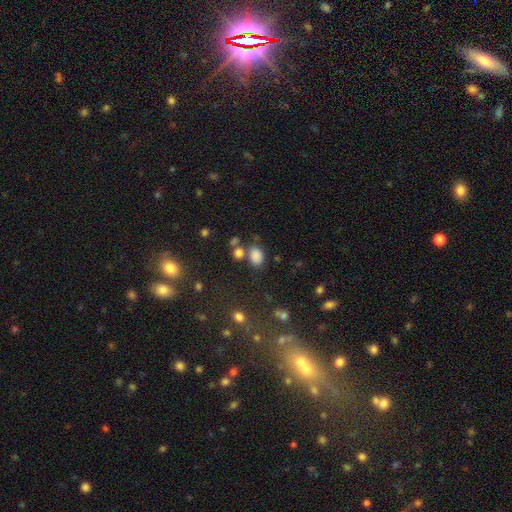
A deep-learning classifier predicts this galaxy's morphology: smooth-or-featured: smooth: 82% | star or artifact: 13% | featured or disk: 5%
  how-rounded: in between: 73% | round: 26% | cigar-shaped: 1%
  merging: none: 62% | merger: 18% | minor disturbance: 14% | major disturbance: 6%